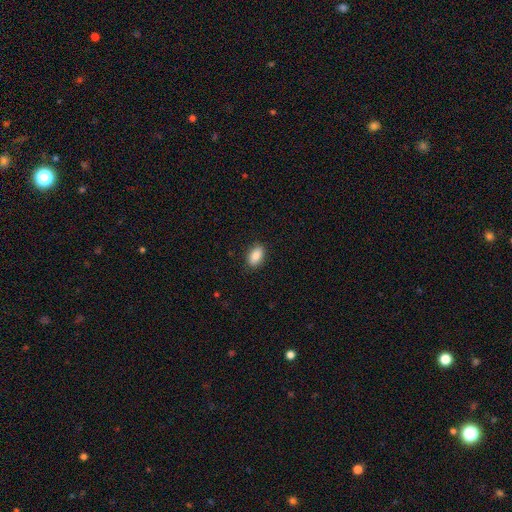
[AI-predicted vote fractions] smooth-or-featured: smooth: 88% | star or artifact: 7% | featured or disk: 5%
  how-rounded: in between: 91% | round: 6% | cigar-shaped: 3%
  merging: none: 87% | minor disturbance: 9% | major disturbance: 2% | merger: 1%